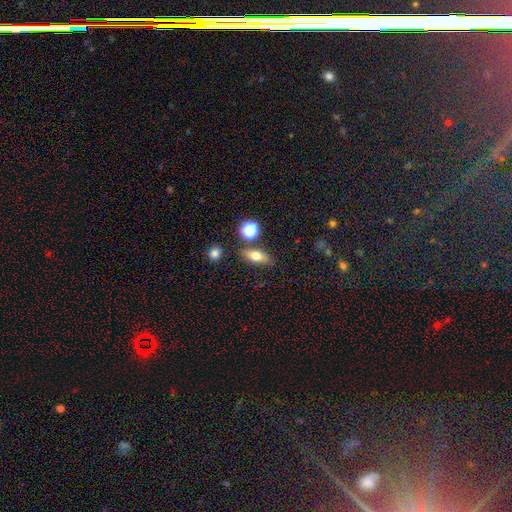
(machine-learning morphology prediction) This appears to be a smooth galaxy with no disk features (70%) that is in between round and cigar-shaped (68%). Merging: none (76%).